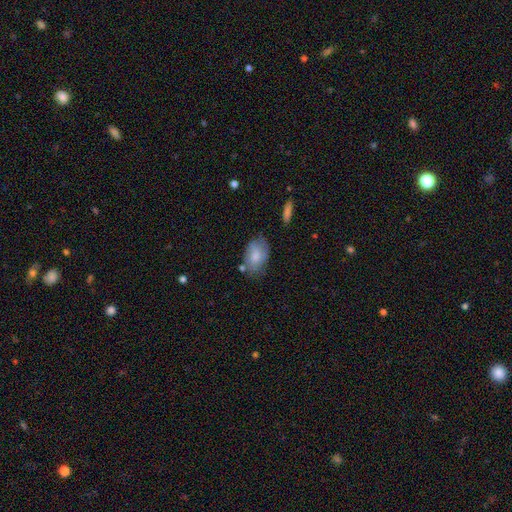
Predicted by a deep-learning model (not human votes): smooth-or-featured: smooth: 76% | featured or disk: 17% | star or artifact: 6%
  how-rounded: in between: 90% | round: 9% | cigar-shaped: 2%
  merging: none: 65% | minor disturbance: 23% | major disturbance: 6% | merger: 6%